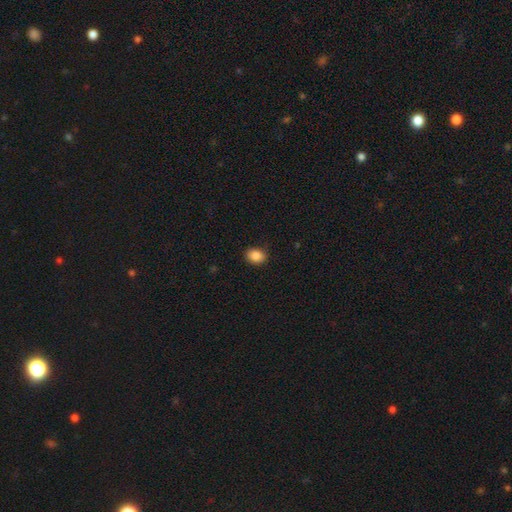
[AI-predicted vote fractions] Morphology: type=smooth (87%); roundness=in between (60%); merging=none (86%).